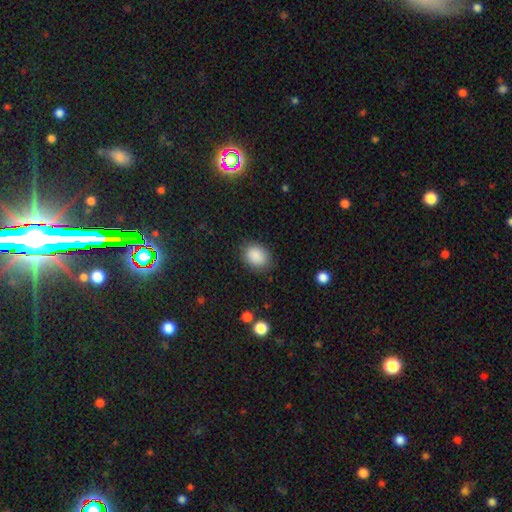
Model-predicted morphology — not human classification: smooth 88%, star or artifact 8%, featured or disk 4%. Down the decision tree: how rounded — in between (60%); merging — none (83%).